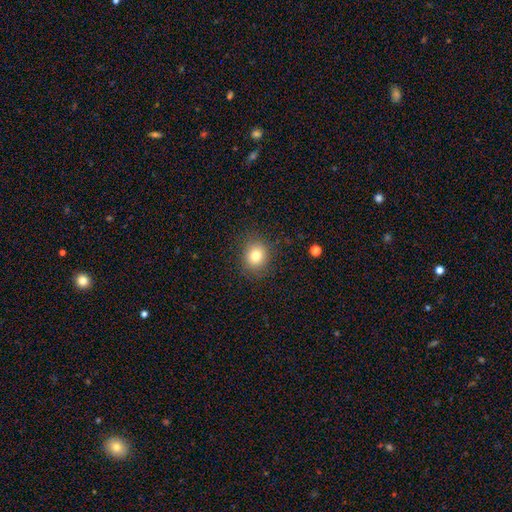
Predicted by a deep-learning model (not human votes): Smooth or featured? Predicted: smooth (p=0.79). How rounded? Predicted: round (p=0.77). Merging? Predicted: none (p=0.87).